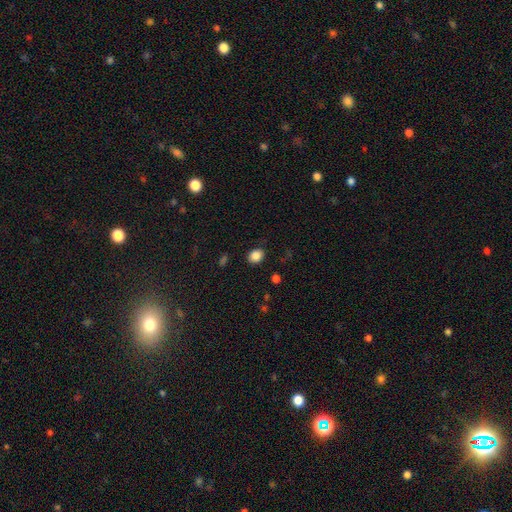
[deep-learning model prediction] smooth-or-featured: smooth: 86% | star or artifact: 10% | featured or disk: 4%
  how-rounded: round: 54% | in between: 45% | cigar-shaped: 1%
  merging: none: 87% | minor disturbance: 9% | major disturbance: 2% | merger: 1%